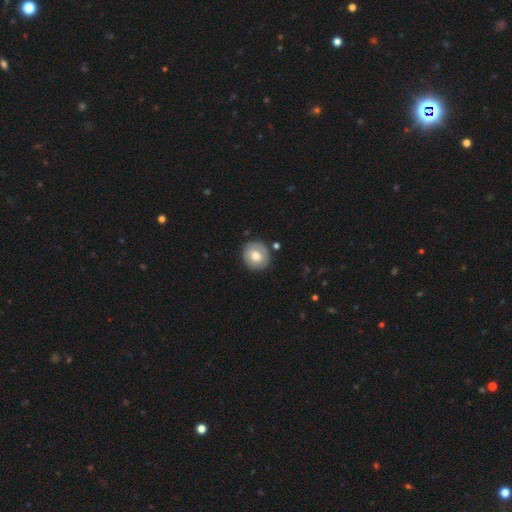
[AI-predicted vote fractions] Overall: smooth (71%). How rounded: round (87%). Merging: none (84%).